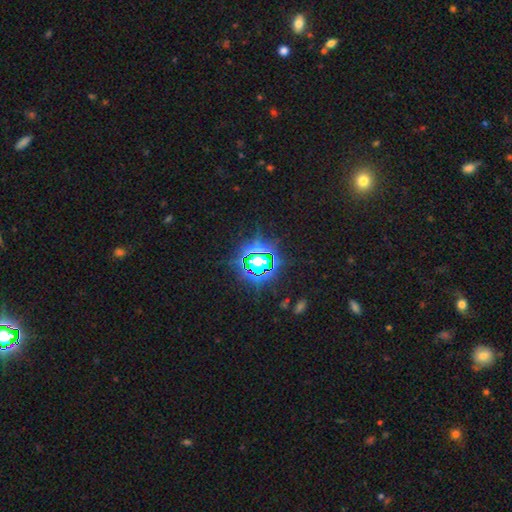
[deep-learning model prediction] This is clearly a star or artifact rather than a galaxy (81%).